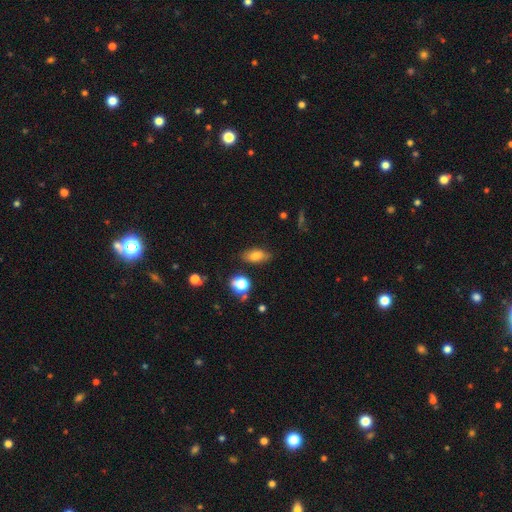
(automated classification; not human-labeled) Smooth or featured? Predicted: smooth (p=0.76). How rounded? Predicted: in between (p=0.84). Merging? Predicted: none (p=0.81).